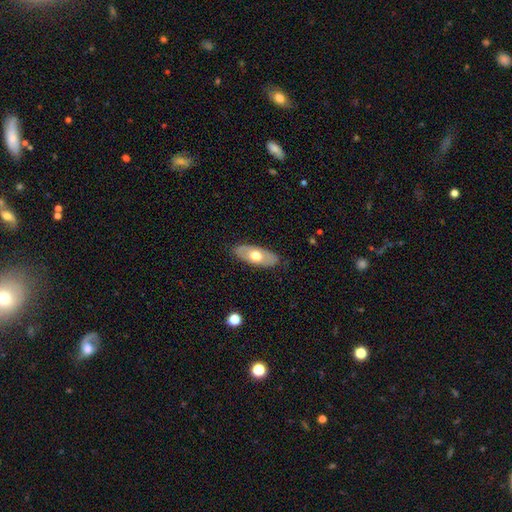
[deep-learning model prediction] Overall: smooth (53%; featured or disk 41%). How rounded: in between (87%). Merging: none (85%).